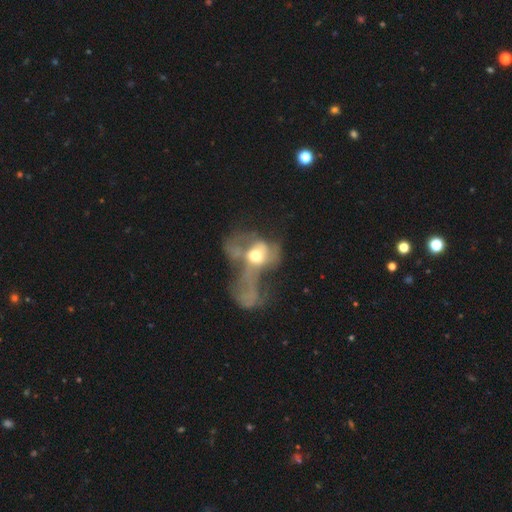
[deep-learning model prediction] smooth_or_featured: featured or disk (p=0.52) [alt: smooth p=0.37]
disk_edge_on: no (p=0.95) [alt: yes p=0.05]
merging: major disturbance (p=0.49) [alt: merger p=0.39]